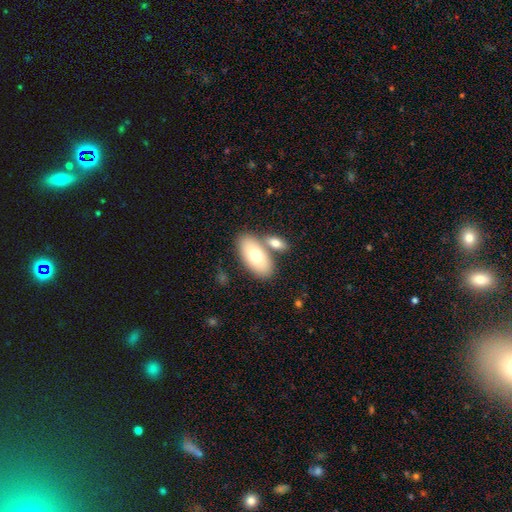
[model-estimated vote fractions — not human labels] Smooth or featured: smooth — 71% (featured or disk — 23%)
How rounded: in between — 93% (cigar-shaped — 4%)
Merging: none — 60% (merger — 28%)